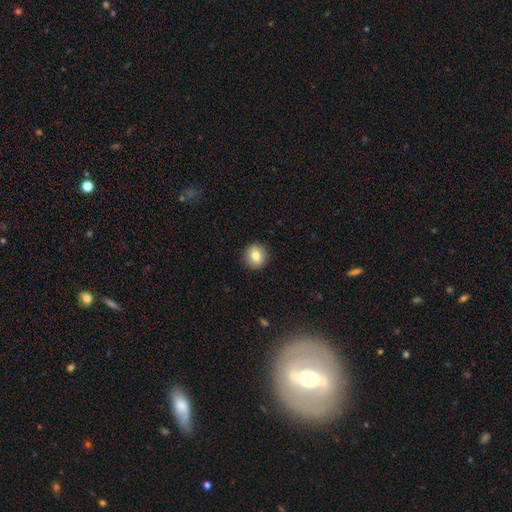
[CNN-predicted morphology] Smooth or featured: smooth — 80% (featured or disk — 11%)
How rounded: round — 91% (in between — 8%)
Merging: none — 92% (minor disturbance — 6%)